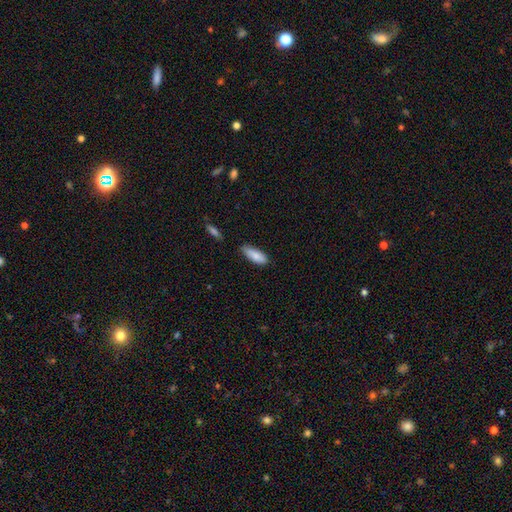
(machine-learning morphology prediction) smooth-or-featured: smooth: 84% | featured or disk: 10% | star or artifact: 6%
  how-rounded: in between: 69% | cigar-shaped: 29% | round: 2%
  merging: none: 72% | minor disturbance: 22% | major disturbance: 3% | merger: 3%